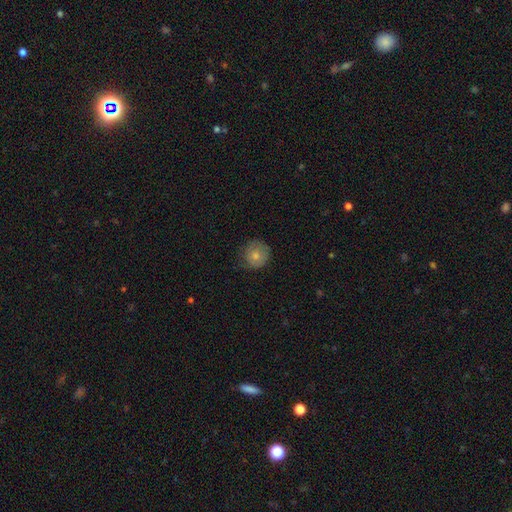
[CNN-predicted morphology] The model was most divided on "merging": none: 69%, minor disturbance: 24%, major disturbance: 6%, merger: 1%. More confident: how rounded — round (91%); smooth or featured — smooth (75%).